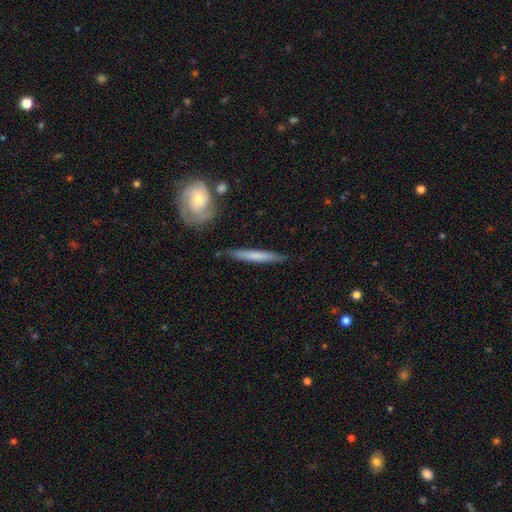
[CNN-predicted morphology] smooth 56%, featured or disk 39%, star or artifact 5%. Down the decision tree: how rounded — cigar-shaped (94%); merging — none (84%).